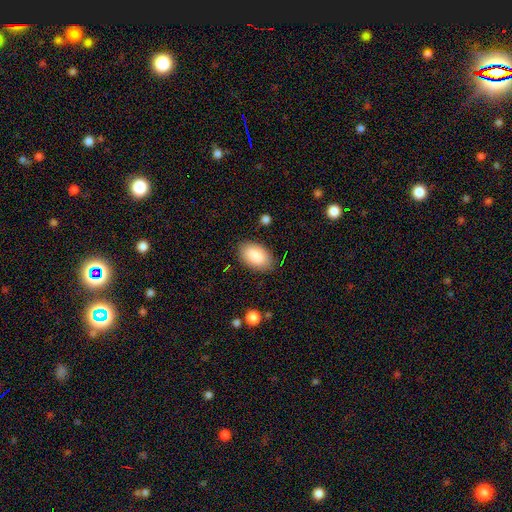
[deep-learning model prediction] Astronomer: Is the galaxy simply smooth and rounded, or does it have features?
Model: smooth — 88%.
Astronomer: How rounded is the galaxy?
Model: in between — 93%.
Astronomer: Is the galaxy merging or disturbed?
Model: none — 85%.